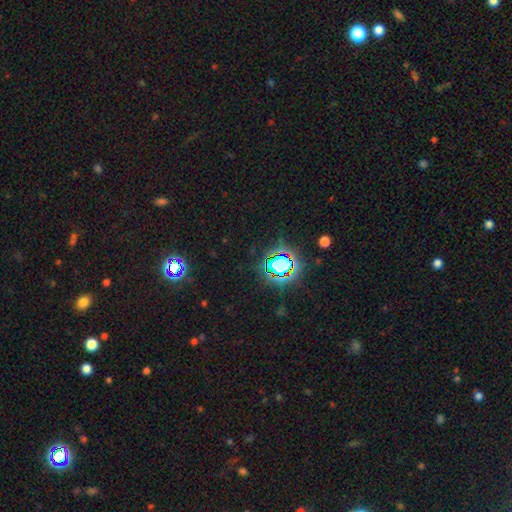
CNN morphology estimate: smooth-or-featured: star or artifact: 77% | smooth: 15% | featured or disk: 7%